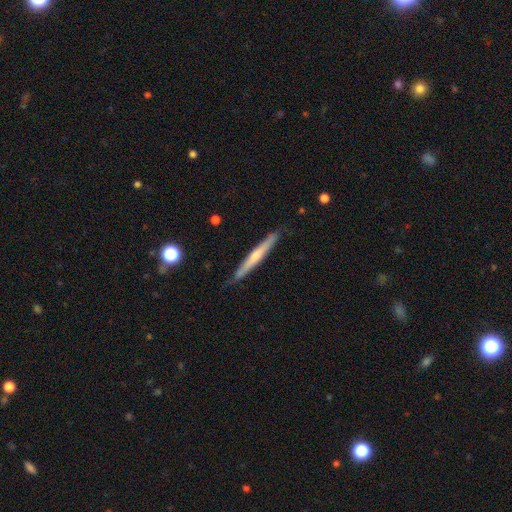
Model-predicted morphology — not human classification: A featured or disk galaxy (63%) viewed edge-on (96%) with a rounded central bulge (66%).

Vote fractions:
- Smooth or featured? featured or disk: 63% / smooth: 30% / star or artifact: 7%
- Edge-on disk? yes: 96% / no: 4%
- Edge-on bulge? rounded: 66% / none: 29% / boxy: 5%
- Merging? none: 89% / minor disturbance: 9% / major disturbance: 1% / merger: 1%